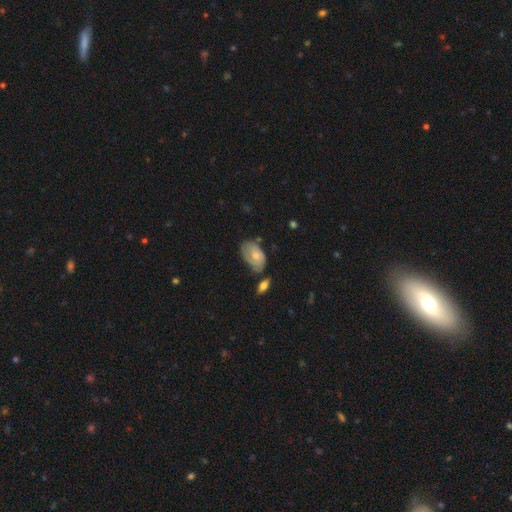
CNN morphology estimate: smooth_or_featured: featured or disk (p=0.48) [alt: smooth p=0.45]
merging: none (p=0.48) [alt: minor disturbance p=0.32]